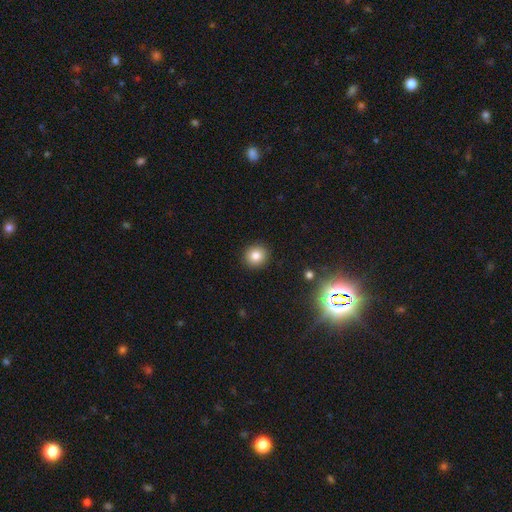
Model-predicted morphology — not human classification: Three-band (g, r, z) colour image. It shows a smooth galaxy with no disk features (82%) that is round (89%). Merging: none (91%).